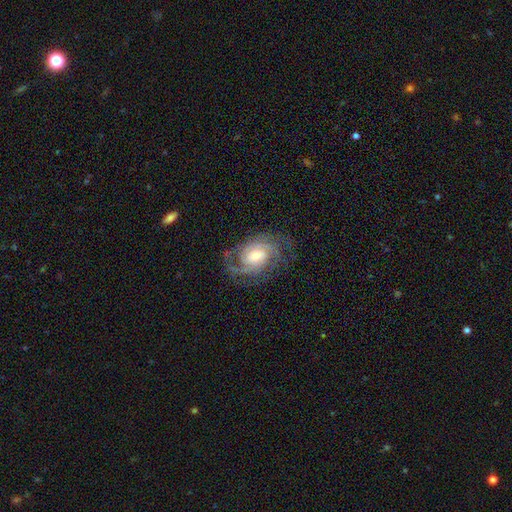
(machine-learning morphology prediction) featured or disk 88%, smooth 7%, star or artifact 5%. Down the decision tree: edge-on disk — no (97%); bar — no (53%); spiral arms — yes (97%); spiral arm count — 2 (34%); spiral winding — tight (54%); bulge size — moderate (50%); merging — none (74%).